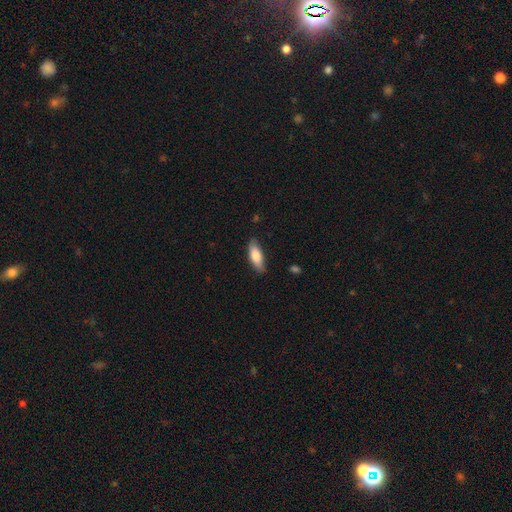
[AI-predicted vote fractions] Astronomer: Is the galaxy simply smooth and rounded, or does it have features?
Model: smooth — 77%.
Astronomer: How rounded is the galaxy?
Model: in between — 64%.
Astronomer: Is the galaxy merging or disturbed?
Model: none — 84%.